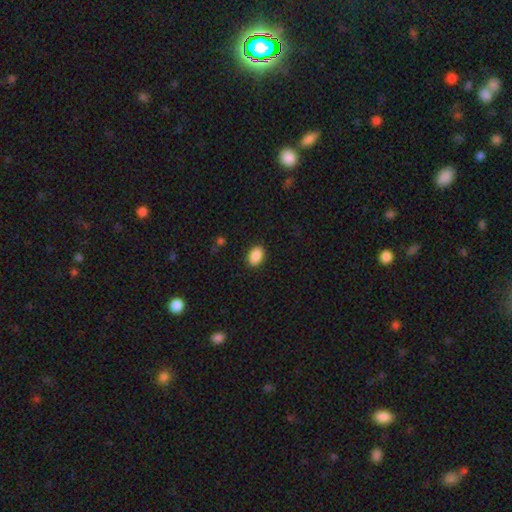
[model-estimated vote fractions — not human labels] Smooth or featured? Predicted: smooth (p=0.89). How rounded? Predicted: in between (p=0.84). Merging? Predicted: none (p=0.89).